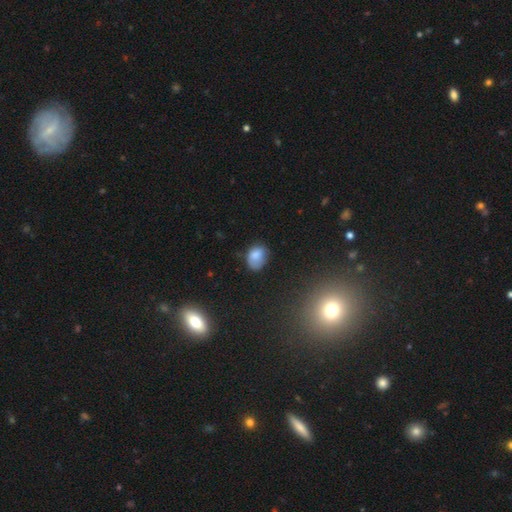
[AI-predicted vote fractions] A smooth galaxy with no disk features (78%) that is in between round and cigar-shaped (71%).

Vote fractions:
- Smooth or featured? smooth: 78% / featured or disk: 12% / star or artifact: 10%
- How rounded? in between: 71% / round: 28% / cigar-shaped: 1%
- Merging? none: 56% / minor disturbance: 32% / major disturbance: 10% / merger: 3%